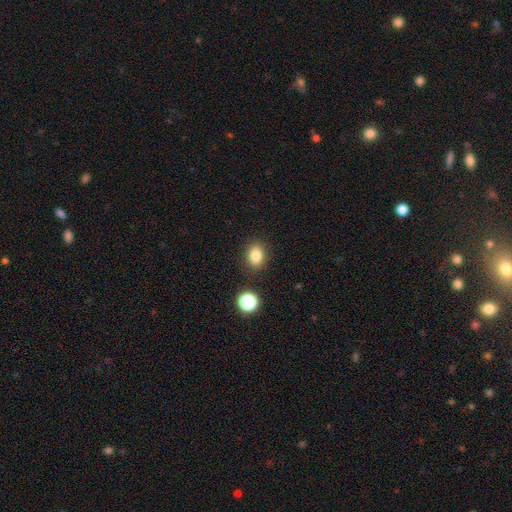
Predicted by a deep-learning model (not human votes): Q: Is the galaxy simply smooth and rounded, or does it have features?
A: smooth — 82%.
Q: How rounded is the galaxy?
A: in between — 58%.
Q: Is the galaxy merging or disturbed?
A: none — 86%.